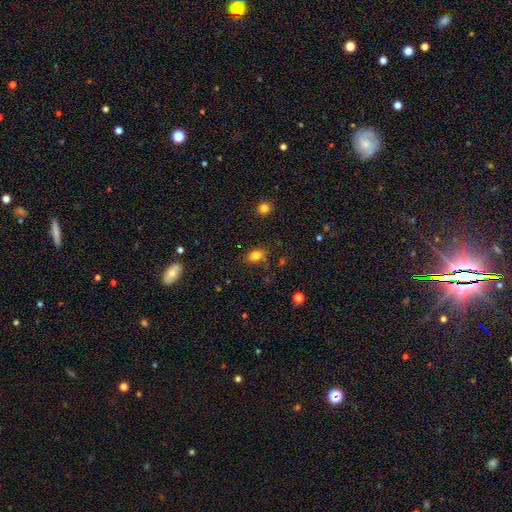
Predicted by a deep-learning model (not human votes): Smooth or featured? smooth (80%)
How rounded? in between (79%)
Merging? none (78%)